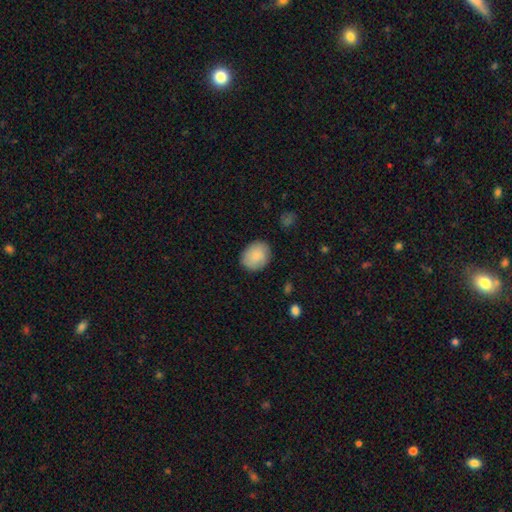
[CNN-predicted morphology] type=smooth (84%); roundness=round (51%); merging=none (83%).